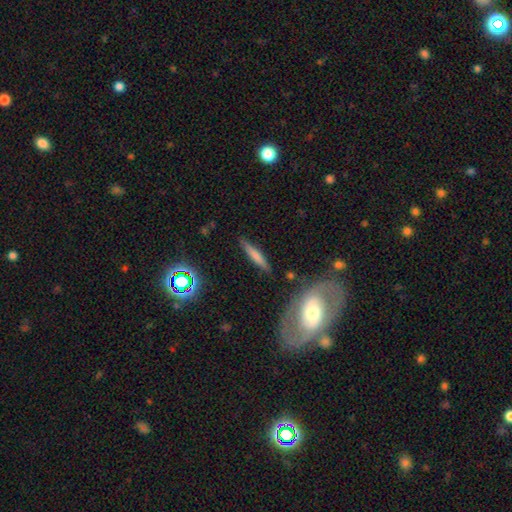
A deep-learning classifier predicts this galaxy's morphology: Q: Smooth or featured?
A: smooth (64%); runner-up: featured or disk (27%)
Q: How rounded?
A: cigar-shaped (89%); runner-up: in between (9%)
Q: Merging?
A: none (84%); runner-up: minor disturbance (11%)